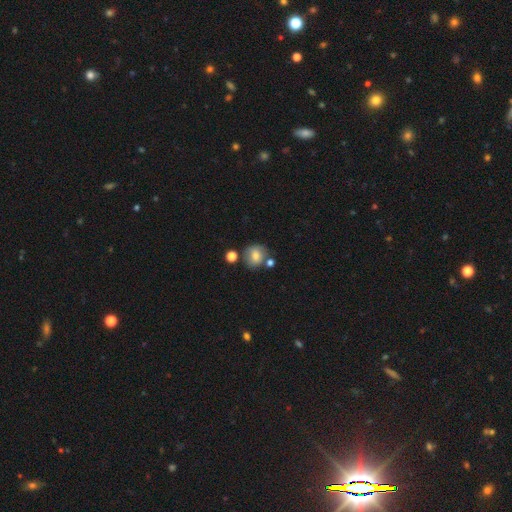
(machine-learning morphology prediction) The model was most divided on "merging": none: 67%, merger: 15%, minor disturbance: 14%, major disturbance: 4%. More confident: how rounded — round (84%); smooth or featured — smooth (75%).